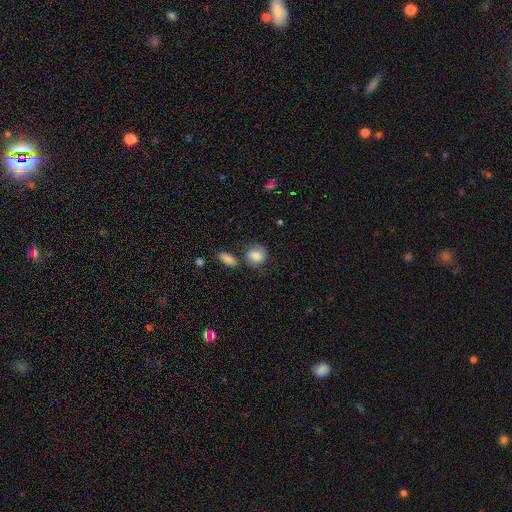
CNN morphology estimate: Smooth or featured?
  - smooth: 79% *
  - featured or disk: 13%
  - star or artifact: 8%
How rounded?
  - round: 64% *
  - in between: 34%
  - cigar-shaped: 2%
Merging?
  - none: 57% *
  - minor disturbance: 21%
  - merger: 14%
  - major disturbance: 8%